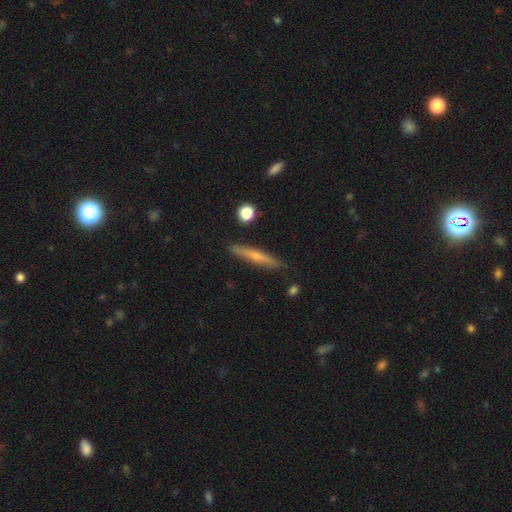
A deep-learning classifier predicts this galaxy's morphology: type=featured or disk (53%); edge-on=yes (95%); edge-on bulge=rounded (70%); merging=none (88%).